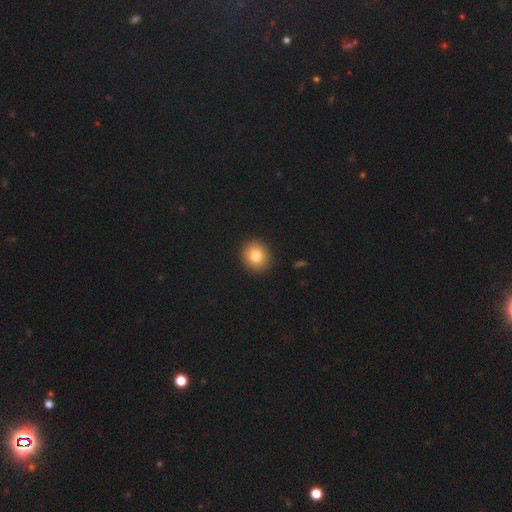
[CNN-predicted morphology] type=smooth (80%); roundness=round (82%); merging=none (92%).